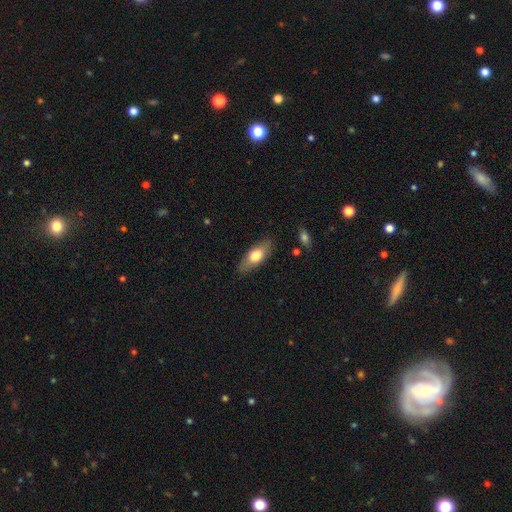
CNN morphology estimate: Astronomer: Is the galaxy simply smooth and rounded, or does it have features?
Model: smooth — 67%.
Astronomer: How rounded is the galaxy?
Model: in between — 74%.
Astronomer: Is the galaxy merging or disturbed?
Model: none — 84%.